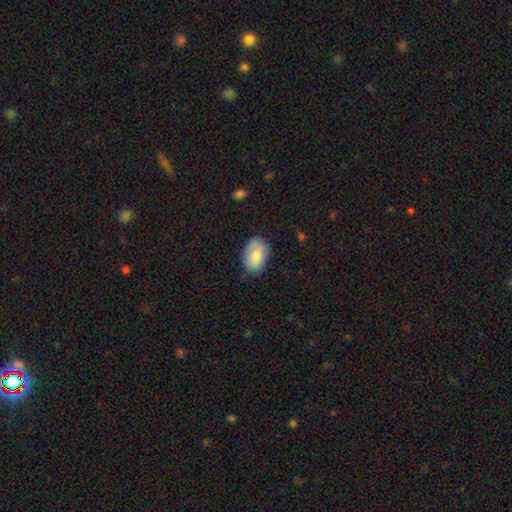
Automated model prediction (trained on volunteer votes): Morphology: type=smooth (82%); roundness=in between (87%); merging=none (75%).